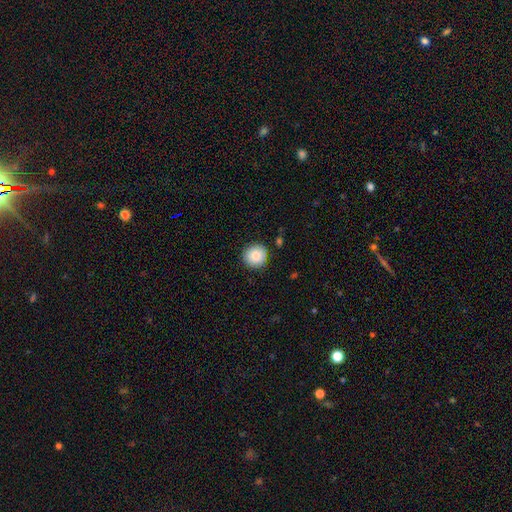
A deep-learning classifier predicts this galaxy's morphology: Smooth or featured? Predicted: smooth (p=0.87). How rounded? Predicted: round (p=0.94). Merging? Predicted: none (p=0.89).